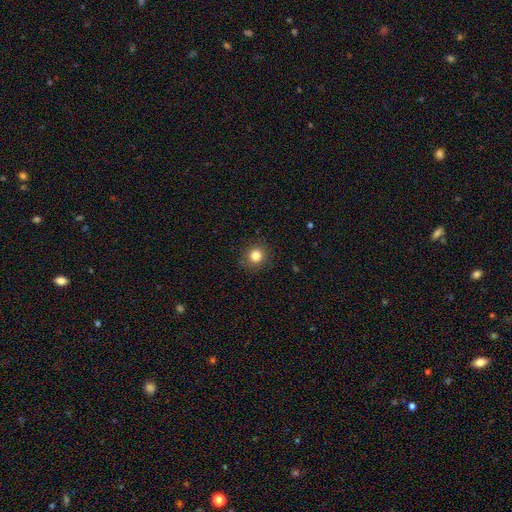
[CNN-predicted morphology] The model was most divided on "smooth or featured": smooth: 83%, star or artifact: 11%, featured or disk: 6%. More confident: how rounded — round (90%); merging — none (89%).